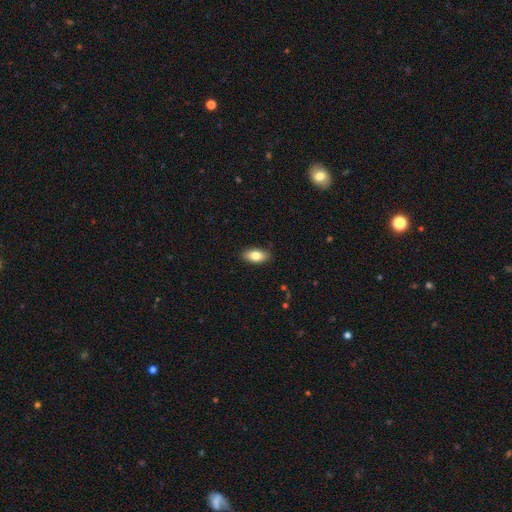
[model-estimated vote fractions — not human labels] A smooth galaxy with no disk features (82%) that is in between round and cigar-shaped (91%).

Vote fractions:
- Smooth or featured? smooth: 82% / featured or disk: 11% / star or artifact: 7%
- How rounded? in between: 91% / cigar-shaped: 6% / round: 4%
- Merging? none: 88% / minor disturbance: 9% / major disturbance: 2% / merger: 1%